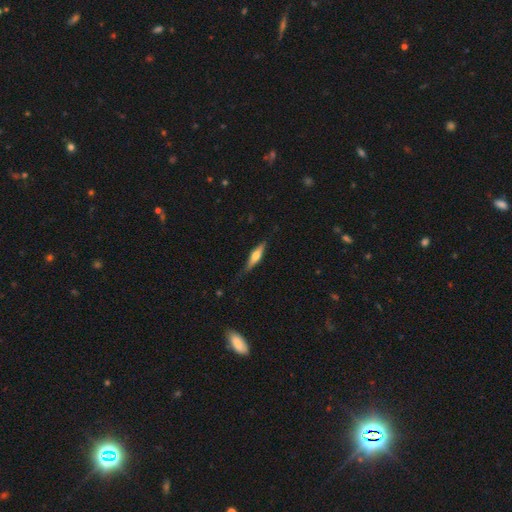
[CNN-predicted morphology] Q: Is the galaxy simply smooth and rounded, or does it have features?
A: featured or disk — 52%.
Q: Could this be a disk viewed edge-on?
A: yes — 94%.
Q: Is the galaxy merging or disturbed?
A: none — 80%.